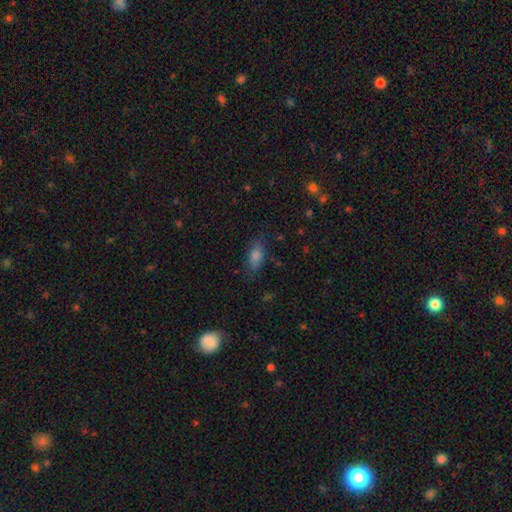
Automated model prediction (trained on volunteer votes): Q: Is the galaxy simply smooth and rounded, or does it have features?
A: smooth — 77%.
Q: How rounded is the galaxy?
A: in between — 82%.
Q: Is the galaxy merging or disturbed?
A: none — 79%.